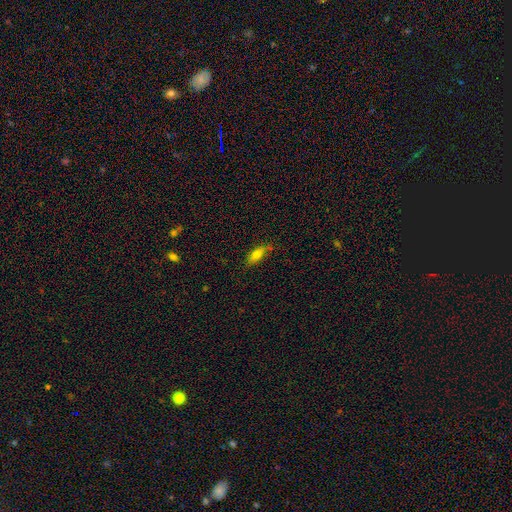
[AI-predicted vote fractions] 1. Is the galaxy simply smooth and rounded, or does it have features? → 71% smooth, 18% featured or disk, 11% star or artifact.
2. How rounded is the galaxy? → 66% in between, 30% cigar-shaped, 4% round.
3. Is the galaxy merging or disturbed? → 67% none, 24% minor disturbance, 6% major disturbance, 3% merger.